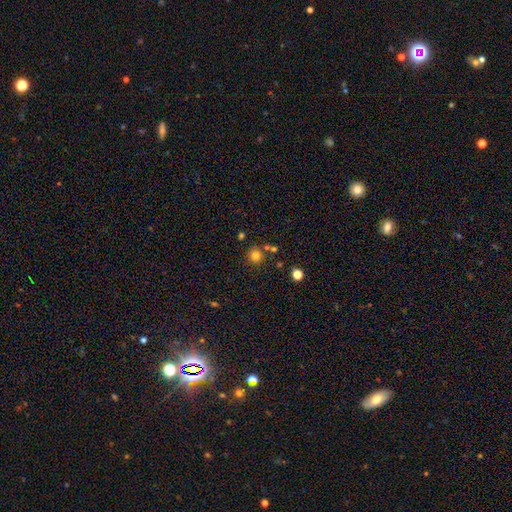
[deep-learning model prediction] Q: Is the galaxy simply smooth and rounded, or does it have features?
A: smooth — 78%.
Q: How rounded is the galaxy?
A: round — 93%.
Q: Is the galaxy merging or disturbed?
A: none — 77%.